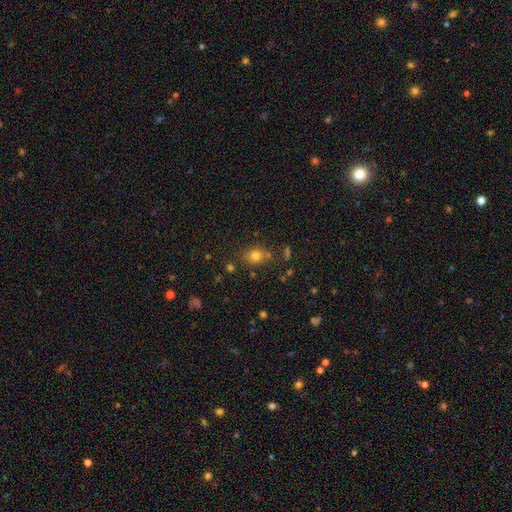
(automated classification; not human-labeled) This appears to be a smooth galaxy with no disk features (76%) that is round (57%). Merging: none (76%).